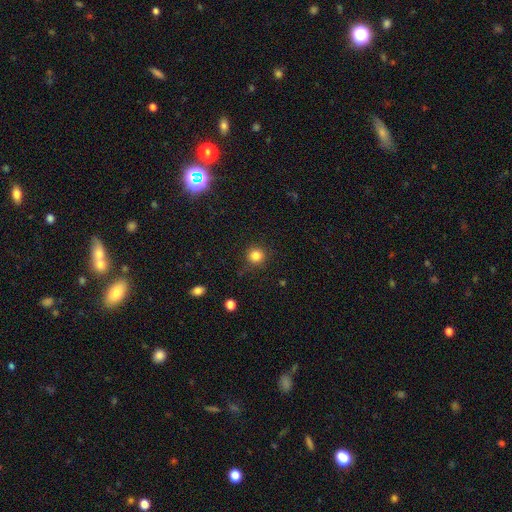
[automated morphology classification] This appears to be a smooth galaxy with no disk features (83%) that is round (94%). Merging: none (86%).